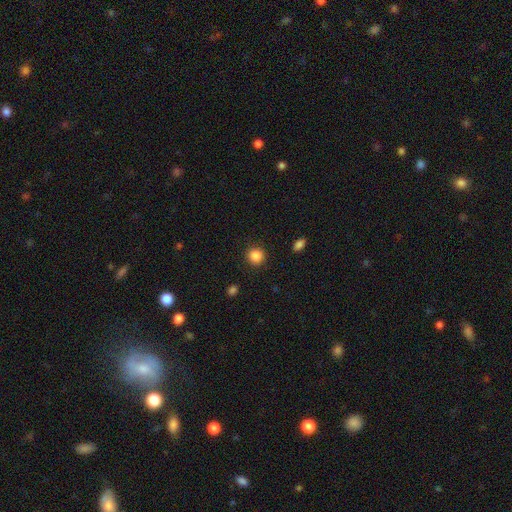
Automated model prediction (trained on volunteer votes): Smooth or featured?
  - smooth: 87% *
  - star or artifact: 10%
  - featured or disk: 3%
How rounded?
  - round: 92% *
  - in between: 7%
  - cigar-shaped: 1%
Merging?
  - none: 91% *
  - minor disturbance: 6%
  - major disturbance: 2%
  - merger: 1%